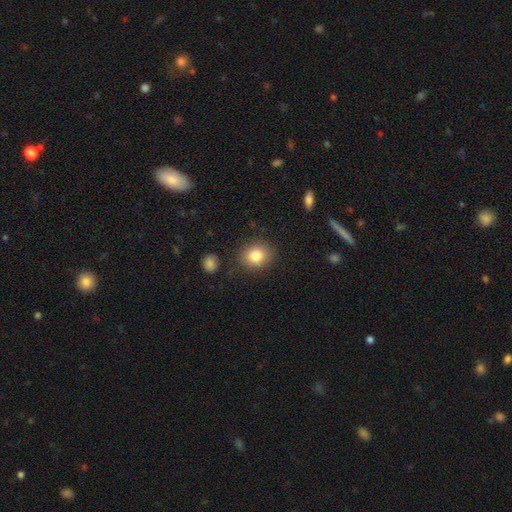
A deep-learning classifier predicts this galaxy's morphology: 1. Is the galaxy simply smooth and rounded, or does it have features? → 84% smooth, 9% star or artifact, 7% featured or disk.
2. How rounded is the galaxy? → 70% round, 29% in between, 1% cigar-shaped.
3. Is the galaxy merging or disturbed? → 84% none, 10% minor disturbance, 3% major disturbance, 3% merger.